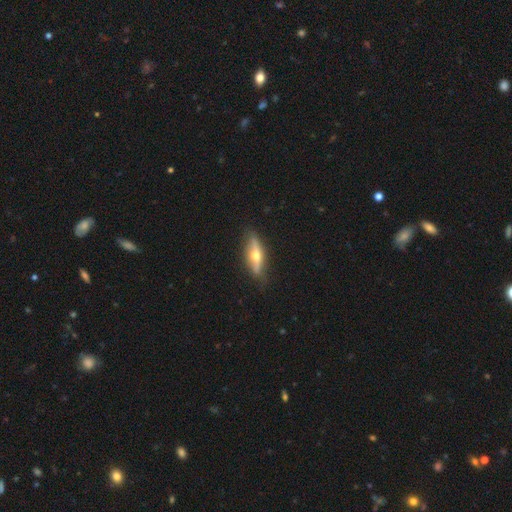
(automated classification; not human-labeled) Overall: featured or disk (64%; smooth 30%). Edge-on disk: yes (86%). Edge-on bulge: rounded (95%). Merging: none (81%).